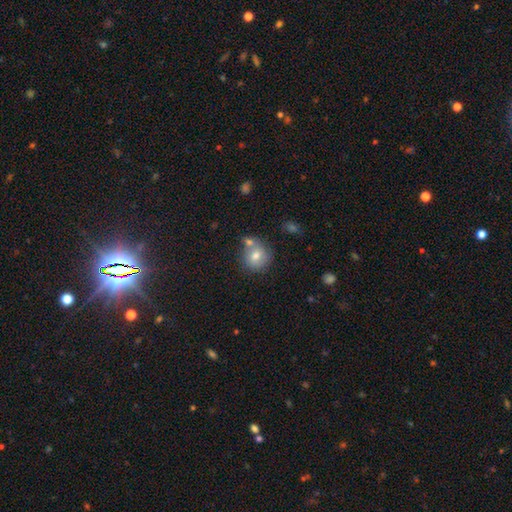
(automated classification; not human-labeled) Smooth or featured: smooth — 74% (featured or disk — 16%)
How rounded: round — 82% (in between — 17%)
Merging: none — 57% (merger — 27%)